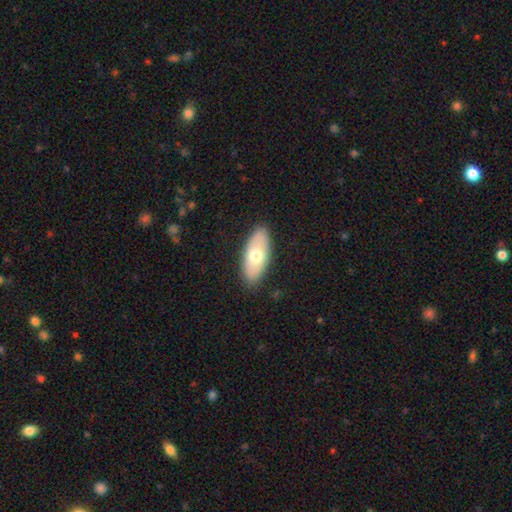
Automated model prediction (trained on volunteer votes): This appears to be a smooth galaxy with no disk features (64%) that is in between round and cigar-shaped (86%). Merging: none (87%).